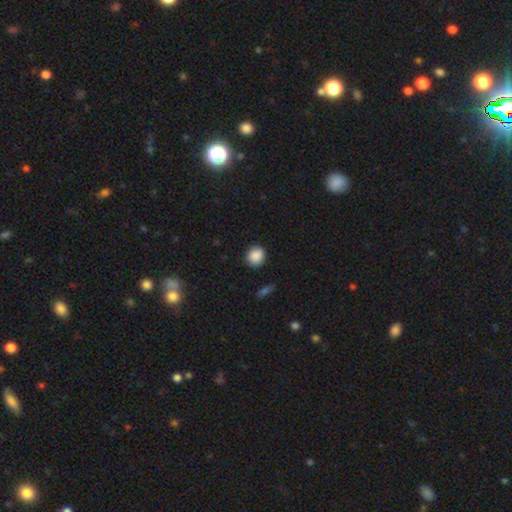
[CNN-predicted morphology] A smooth galaxy with no disk features (87%) that is round (81%). Merging: none (86%).